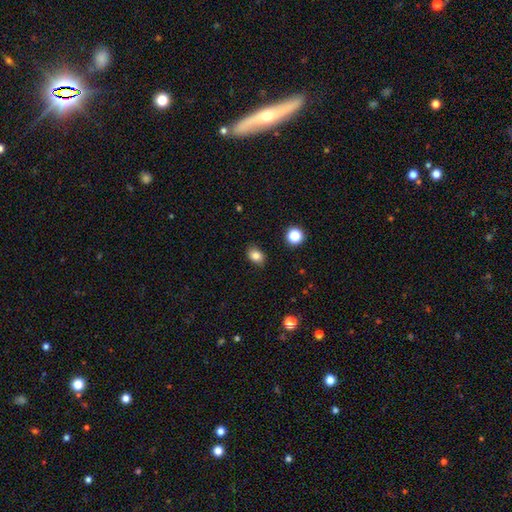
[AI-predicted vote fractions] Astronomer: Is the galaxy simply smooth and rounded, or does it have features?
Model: smooth — 83%.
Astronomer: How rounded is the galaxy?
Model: in between — 66%.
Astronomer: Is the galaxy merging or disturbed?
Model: none — 84%.